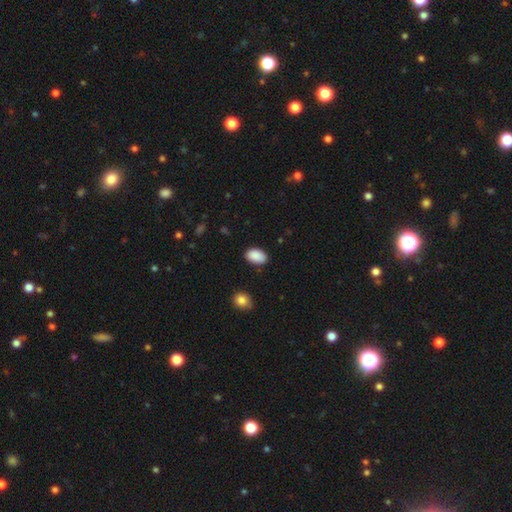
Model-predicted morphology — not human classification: Smooth or featured?
  - smooth: 90% *
  - star or artifact: 7%
  - featured or disk: 3%
How rounded?
  - in between: 91% *
  - round: 7%
  - cigar-shaped: 1%
Merging?
  - none: 85% *
  - minor disturbance: 11%
  - major disturbance: 2%
  - merger: 1%